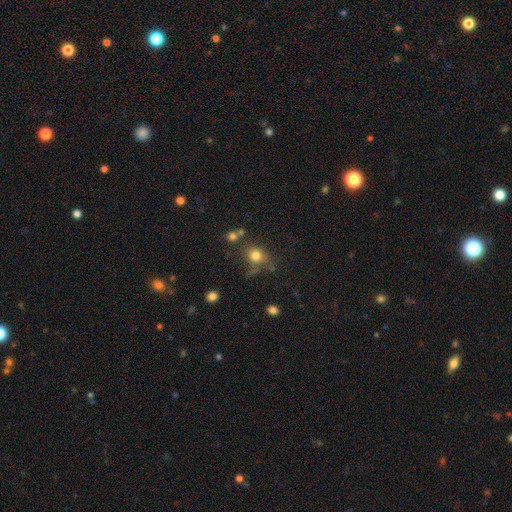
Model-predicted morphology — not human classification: Smooth or featured: smooth — 77% (star or artifact — 14%)
How rounded: round — 71% (in between — 28%)
Merging: none — 63% (minor disturbance — 17%)